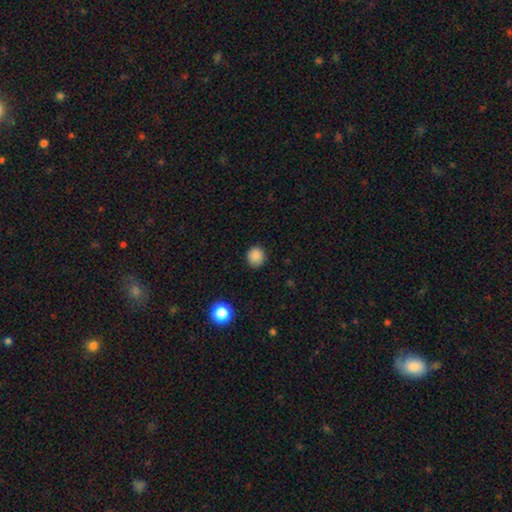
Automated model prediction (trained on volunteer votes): smooth 86%, star or artifact 11%, featured or disk 3%. Down the decision tree: how rounded — round (90%); merging — none (89%).